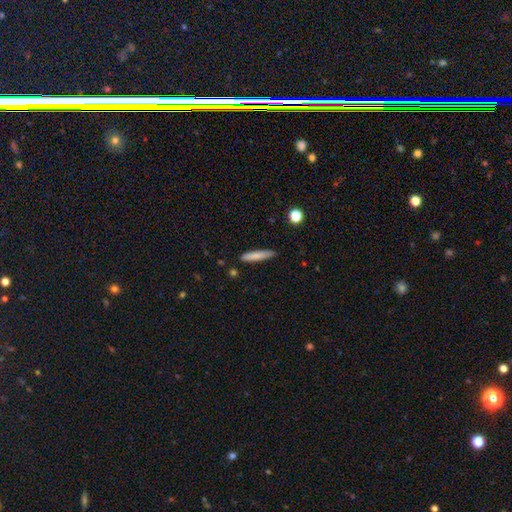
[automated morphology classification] Smooth or featured? smooth (80%)
How rounded? cigar-shaped (89%)
Merging? none (84%)